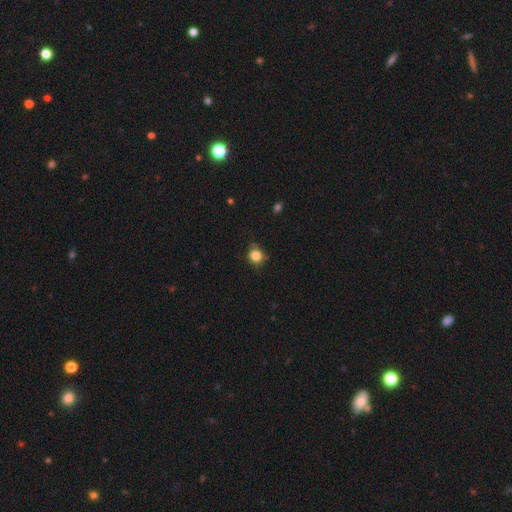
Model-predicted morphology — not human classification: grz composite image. It shows a smooth galaxy with no disk features (82%) that is round (82%). Merging: none (72%).